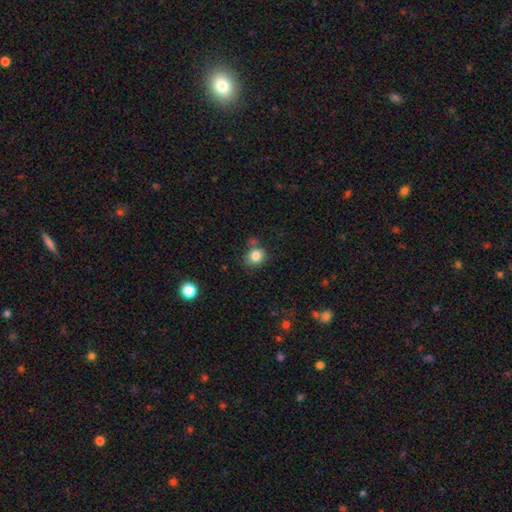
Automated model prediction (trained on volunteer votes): smooth_or_featured: smooth (p=0.83) [alt: star or artifact p=0.11]
how_rounded: round (p=0.76) [alt: in between p=0.23]
merging: none (p=0.69) [alt: minor disturbance p=0.17]